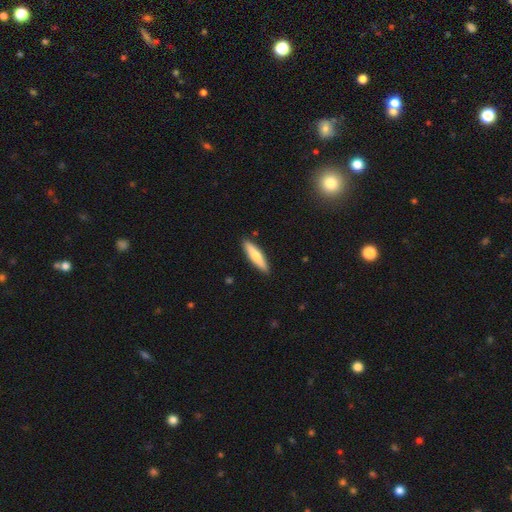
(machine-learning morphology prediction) Smooth or featured?
  - smooth: 60% *
  - featured or disk: 35%
  - star or artifact: 5%
How rounded?
  - cigar-shaped: 77% *
  - in between: 21%
  - round: 2%
Merging?
  - none: 90% *
  - minor disturbance: 7%
  - major disturbance: 2%
  - merger: 1%